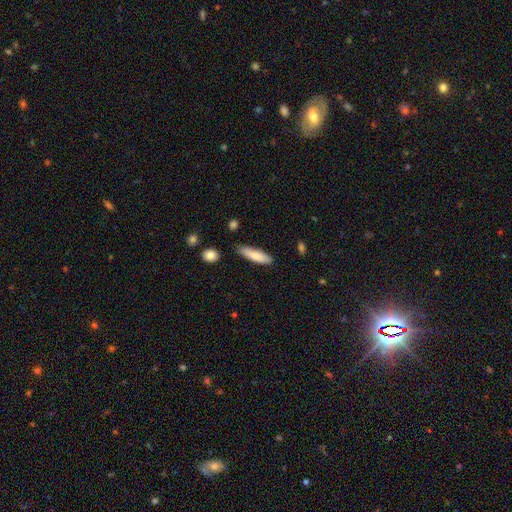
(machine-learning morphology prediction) A smooth galaxy with no disk features (79%) that is cigar-shaped (70%).

Vote fractions:
- Smooth or featured? smooth: 79% / featured or disk: 15% / star or artifact: 6%
- How rounded? cigar-shaped: 70% / in between: 28% / round: 2%
- Merging? none: 80% / minor disturbance: 15% / major disturbance: 3% / merger: 2%